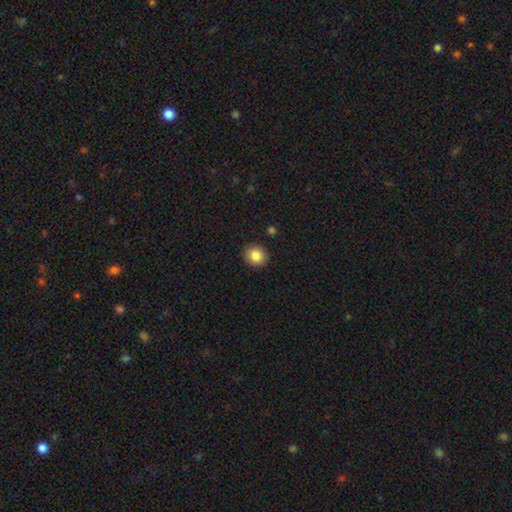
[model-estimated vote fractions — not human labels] Overall: smooth (86%). How rounded: round (84%). Merging: none (90%).